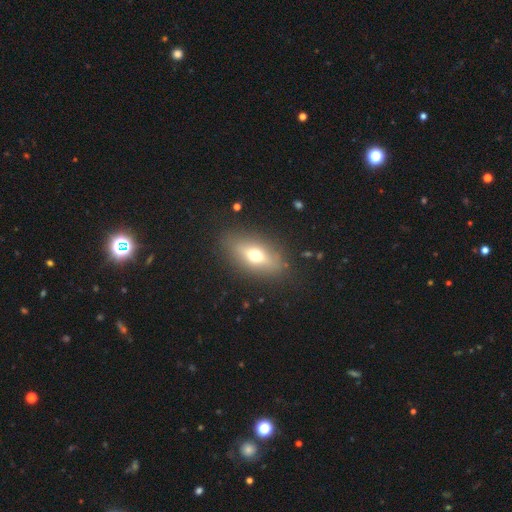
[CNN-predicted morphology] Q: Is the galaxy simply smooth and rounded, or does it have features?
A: smooth — 57%.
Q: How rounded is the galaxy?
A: in between — 76%.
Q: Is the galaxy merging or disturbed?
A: none — 87%.